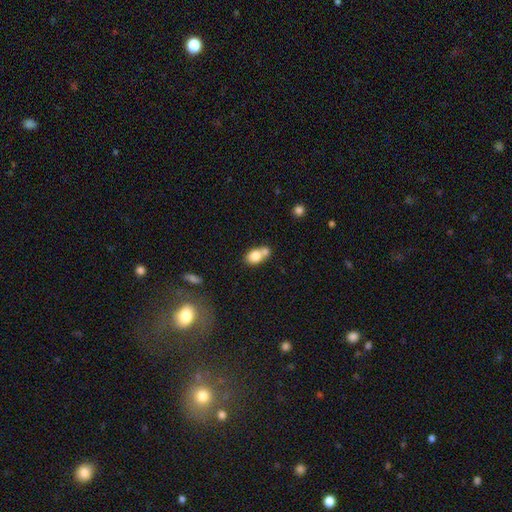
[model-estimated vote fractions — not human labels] This is likely a smooth galaxy (78%). How rounded: likely in between (70%). Merging: possibly merger (50%).